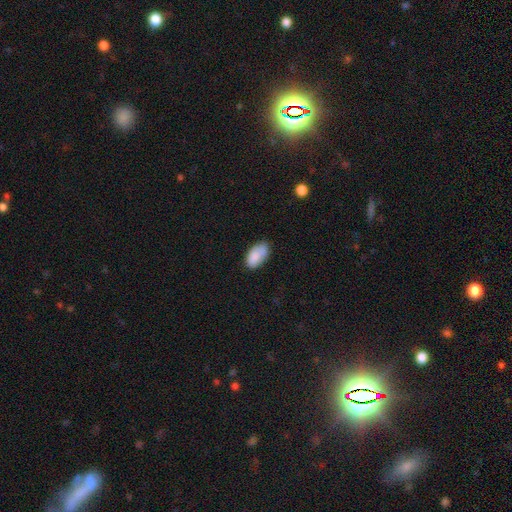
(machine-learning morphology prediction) Smooth or featured? smooth (82%)
How rounded? in between (94%)
Merging? none (62%)